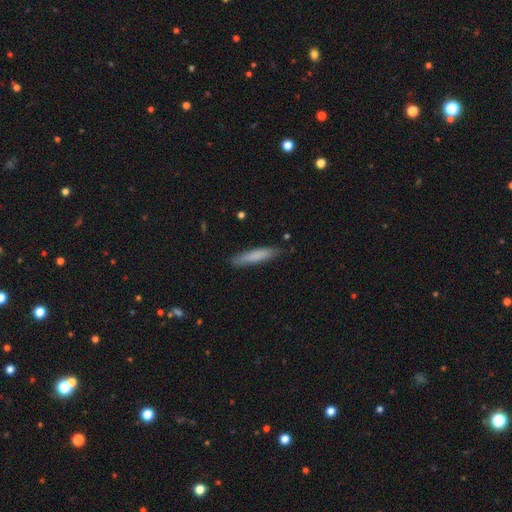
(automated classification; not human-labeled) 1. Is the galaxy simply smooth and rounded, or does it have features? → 79% smooth, 15% featured or disk, 6% star or artifact.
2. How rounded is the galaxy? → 89% cigar-shaped, 10% in between, 1% round.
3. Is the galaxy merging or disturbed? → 84% none, 13% minor disturbance, 2% major disturbance, 1% merger.